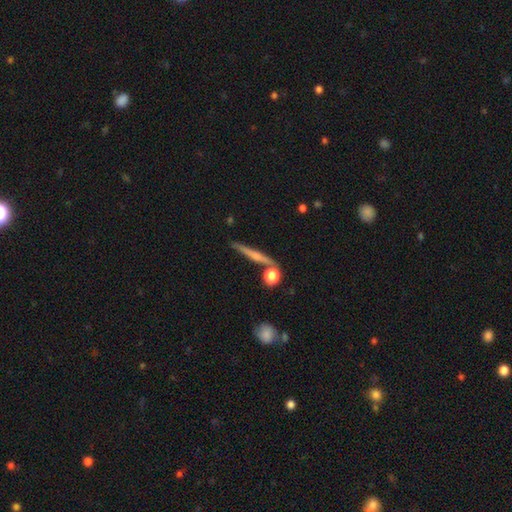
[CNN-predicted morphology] smooth-or-featured: featured or disk: 52% | smooth: 40% | star or artifact: 8%
  disk-edge-on: yes: 95% | no: 5%
  merging: none: 78% | minor disturbance: 11% | merger: 8% | major disturbance: 3%